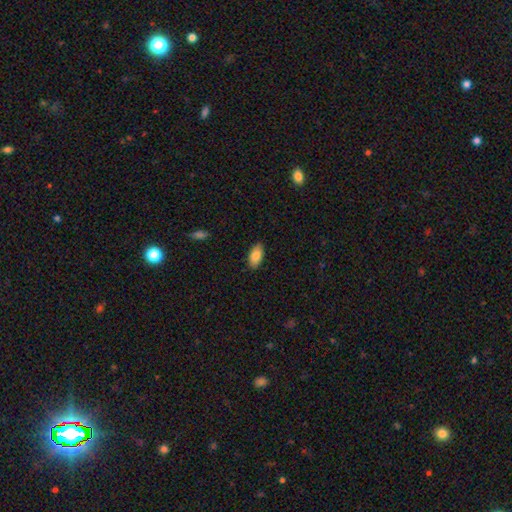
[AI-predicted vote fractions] This appears to be a smooth galaxy with no disk features (84%) that is in between round and cigar-shaped (93%). Merging: none (88%).